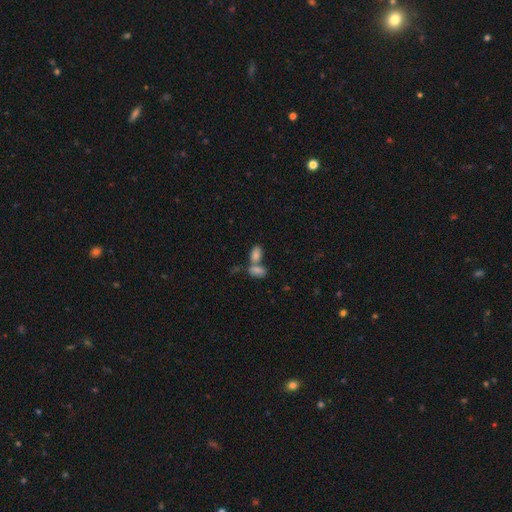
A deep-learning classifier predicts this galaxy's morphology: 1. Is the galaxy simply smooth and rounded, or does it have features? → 77% smooth, 12% star or artifact, 11% featured or disk.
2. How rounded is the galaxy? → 89% in between, 8% round, 3% cigar-shaped.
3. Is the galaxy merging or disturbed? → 58% merger, 30% none, 8% minor disturbance, 4% major disturbance.